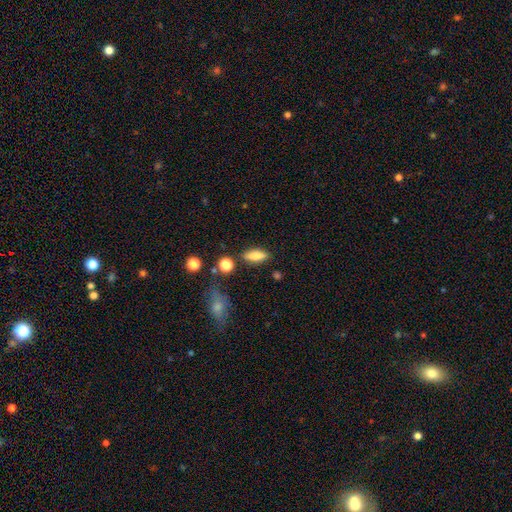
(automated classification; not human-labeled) The model was most divided on "how rounded": in between: 64%, cigar-shaped: 31%, round: 5%. More confident: merging — none (81%); smooth or featured — smooth (78%).